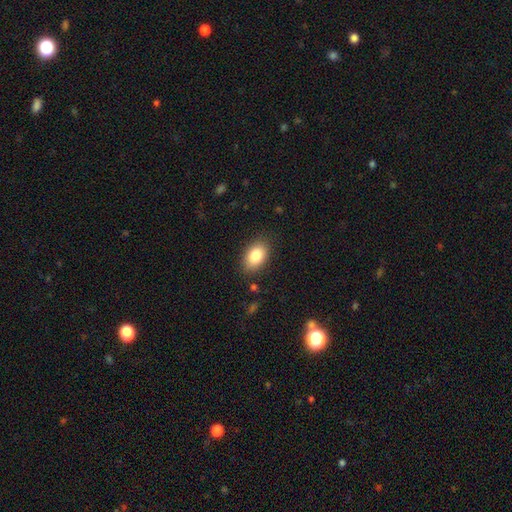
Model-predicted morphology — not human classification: A smooth galaxy with no disk features (84%) that is in between round and cigar-shaped (88%).

Vote fractions:
- Smooth or featured? smooth: 84% / featured or disk: 8% / star or artifact: 8%
- How rounded? in between: 88% / round: 10% / cigar-shaped: 1%
- Merging? none: 85% / minor disturbance: 11% / major disturbance: 3% / merger: 1%